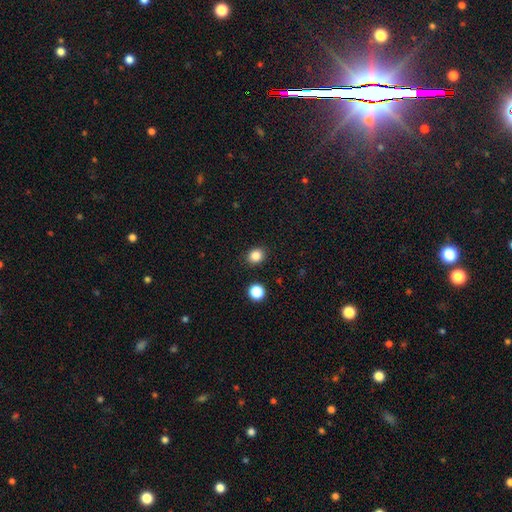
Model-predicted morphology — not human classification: type=smooth (84%); roundness=round (70%); merging=none (89%).